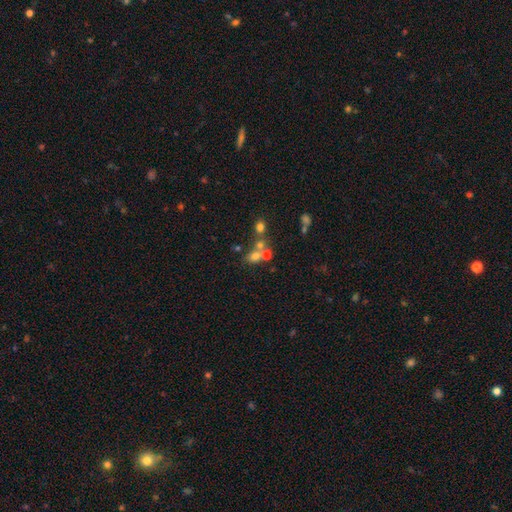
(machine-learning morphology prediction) Smooth or featured: smooth — 60% (featured or disk — 21%)
How rounded: round — 61% (in between — 37%)
Merging: merger — 49% (none — 36%)